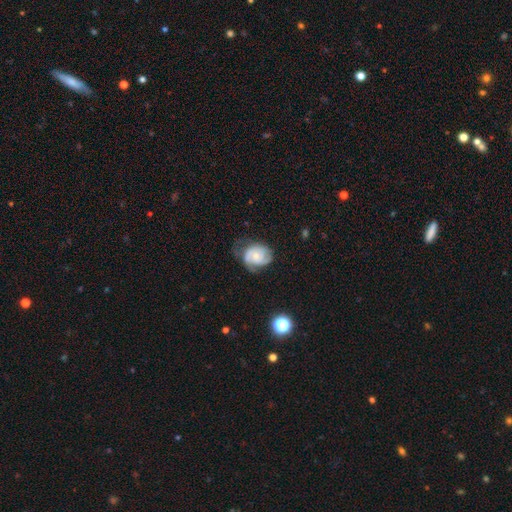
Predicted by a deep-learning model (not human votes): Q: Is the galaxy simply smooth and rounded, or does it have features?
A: featured or disk — 69%.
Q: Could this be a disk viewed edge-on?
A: no — 98%.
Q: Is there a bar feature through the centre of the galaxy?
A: no — 71%.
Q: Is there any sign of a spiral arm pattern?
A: yes — 92%.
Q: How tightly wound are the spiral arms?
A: tight — 48%.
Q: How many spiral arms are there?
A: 2 — 45%.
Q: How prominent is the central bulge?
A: small — 58%.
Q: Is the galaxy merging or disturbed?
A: none — 49%.